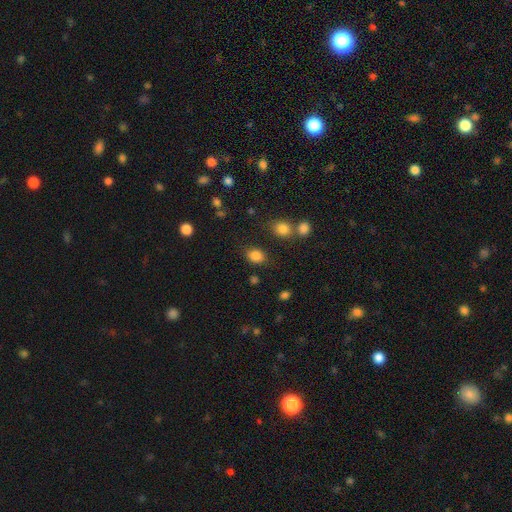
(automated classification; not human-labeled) Smooth or featured? Predicted: smooth (p=0.83). How rounded? Predicted: in between (p=0.59). Merging? Predicted: none (p=0.77).